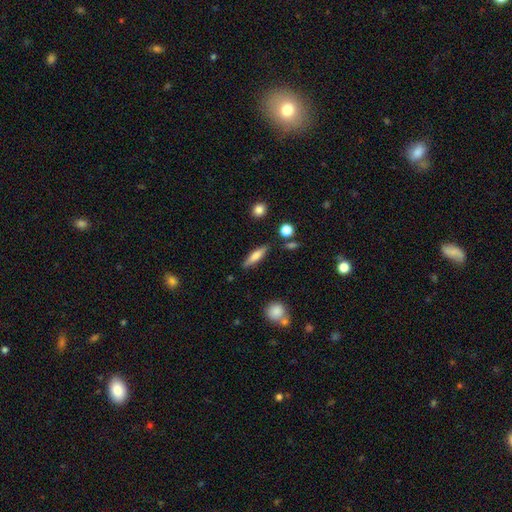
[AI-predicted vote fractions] smooth_or_featured: smooth (p=0.61) [alt: featured or disk p=0.32]
how_rounded: cigar-shaped (p=0.70) [alt: in between p=0.27]
merging: none (p=0.84) [alt: minor disturbance p=0.10]